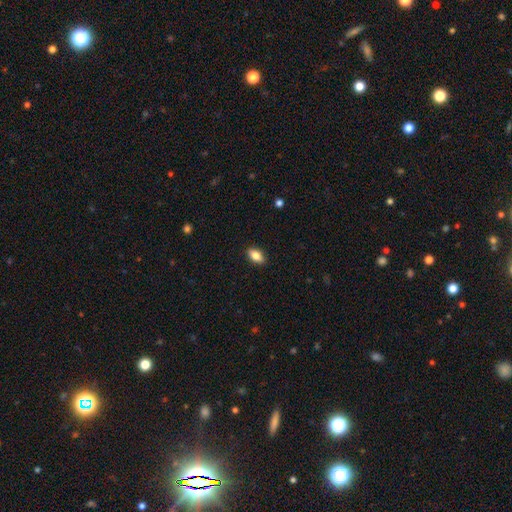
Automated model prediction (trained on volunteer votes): smooth-or-featured: smooth: 83% | featured or disk: 9% | star or artifact: 8%
  how-rounded: in between: 90% | round: 6% | cigar-shaped: 5%
  merging: none: 89% | minor disturbance: 8% | major disturbance: 2% | merger: 1%